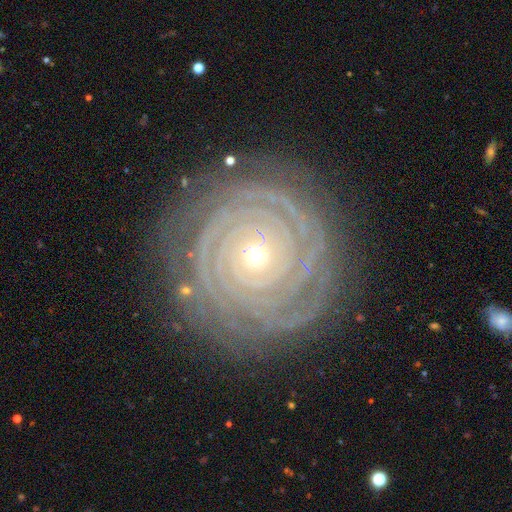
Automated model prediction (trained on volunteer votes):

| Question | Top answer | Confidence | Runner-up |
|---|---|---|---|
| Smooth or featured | featured or disk | 90% | star or artifact (6%) |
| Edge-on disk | no | 97% | yes (3%) |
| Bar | no | 81% | weak (10%) |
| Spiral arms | yes | 98% | no (2%) |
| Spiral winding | tight | 92% | medium (6%) |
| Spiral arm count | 2 | 21% | 3 (20%) |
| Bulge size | small | 73% | moderate (24%) |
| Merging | none | 85% | minor disturbance (11%) |